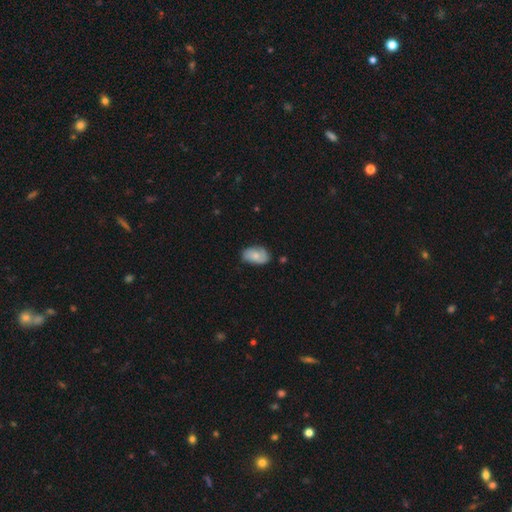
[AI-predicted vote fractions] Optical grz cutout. It shows a smooth galaxy with no disk features (67%) that is in between round and cigar-shaped (91%). Merging: none (69%).